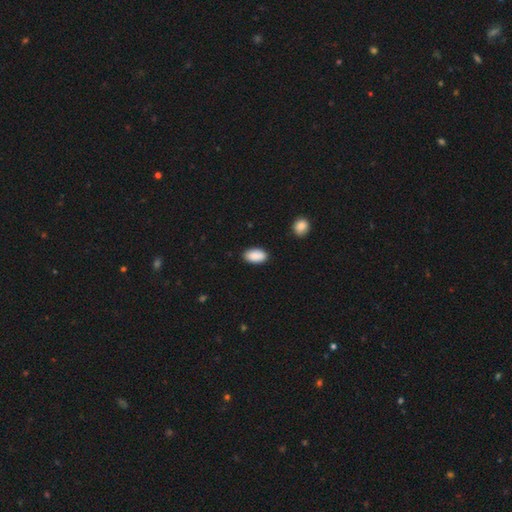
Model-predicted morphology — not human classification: type=smooth (90%); roundness=in between (94%); merging=none (87%).